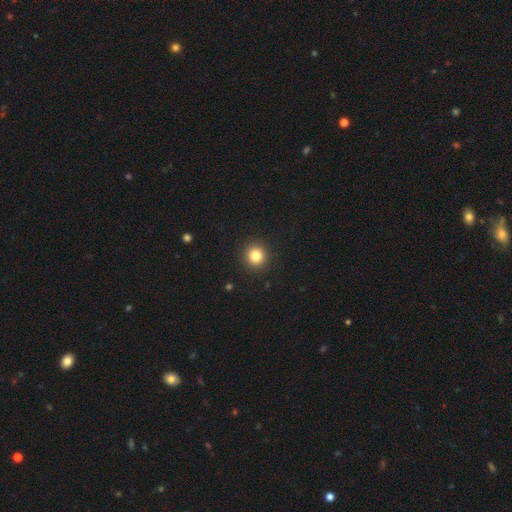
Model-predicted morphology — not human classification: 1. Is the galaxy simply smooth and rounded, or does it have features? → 82% smooth, 12% star or artifact, 6% featured or disk.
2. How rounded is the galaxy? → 93% round, 6% in between, 1% cigar-shaped.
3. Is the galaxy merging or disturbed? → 92% none, 5% minor disturbance, 2% major disturbance, 1% merger.